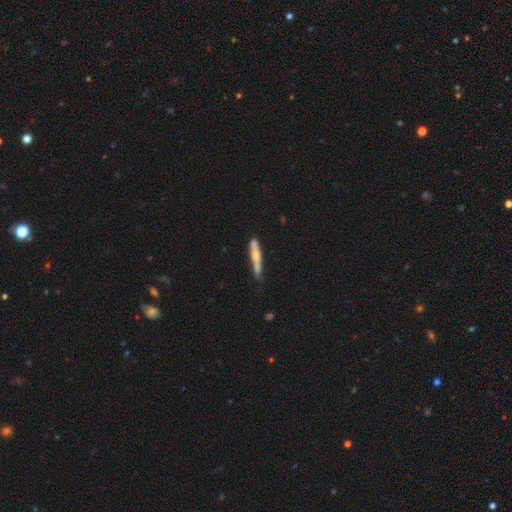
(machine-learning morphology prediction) smooth 52%, featured or disk 42%, star or artifact 5%. Down the decision tree: how rounded — cigar-shaped (92%); merging — none (73%).